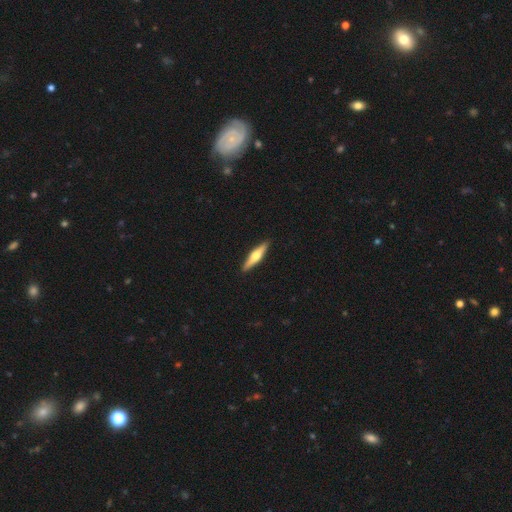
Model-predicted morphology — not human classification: type=featured or disk (61%); edge-on=yes (97%); edge-on bulge=rounded (94%); merging=none (92%).